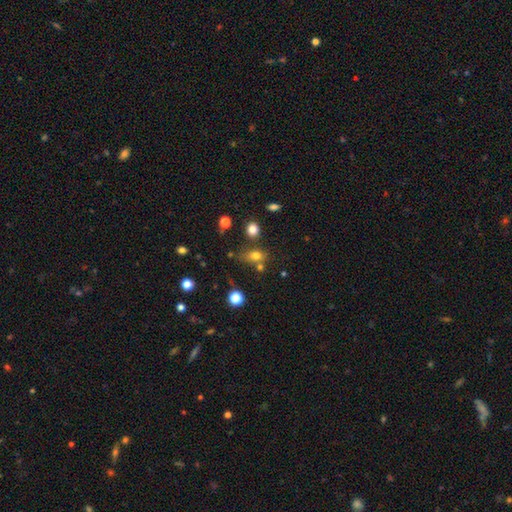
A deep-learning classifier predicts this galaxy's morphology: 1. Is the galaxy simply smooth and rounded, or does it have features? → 73% smooth, 16% star or artifact, 11% featured or disk.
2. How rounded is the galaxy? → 60% in between, 36% round, 4% cigar-shaped.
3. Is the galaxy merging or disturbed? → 57% none, 18% merger, 18% minor disturbance, 7% major disturbance.